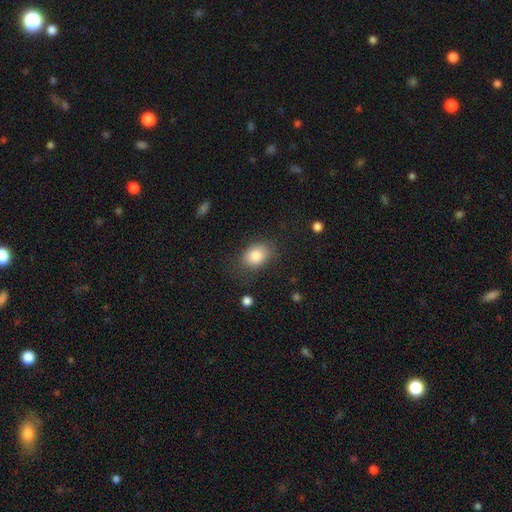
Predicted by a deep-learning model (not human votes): smooth-or-featured: smooth: 83% | featured or disk: 9% | star or artifact: 8%
  how-rounded: in between: 74% | round: 25% | cigar-shaped: 1%
  merging: none: 73% | minor disturbance: 18% | major disturbance: 7% | merger: 2%